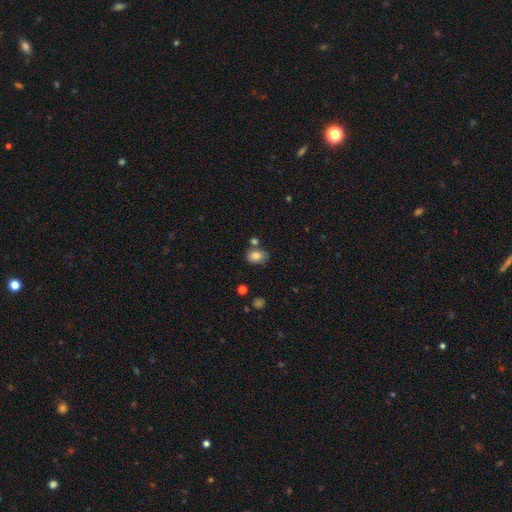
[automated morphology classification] Smooth or featured? smooth (81%)
How rounded? in between (71%)
Merging? none (63%)